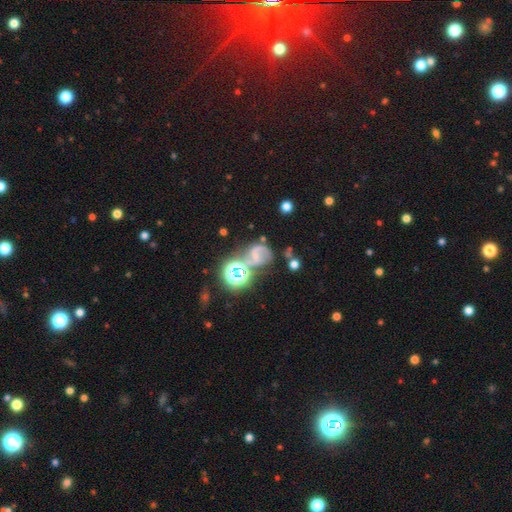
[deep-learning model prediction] This appears to be a featured or disk galaxy (58%) with a weak bar (40%), spiral arms (87%) and a small central bulge (50%). Merging: none (48%).